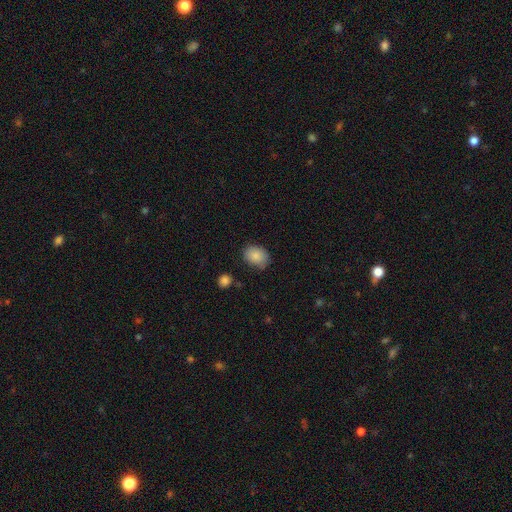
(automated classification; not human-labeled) A smooth galaxy with no disk features (87%) that is in between round and cigar-shaped (65%).

Vote fractions:
- Smooth or featured? smooth: 87% / star or artifact: 8% / featured or disk: 5%
- How rounded? in between: 65% / round: 34% / cigar-shaped: 1%
- Merging? none: 80% / minor disturbance: 15% / major disturbance: 3% / merger: 2%